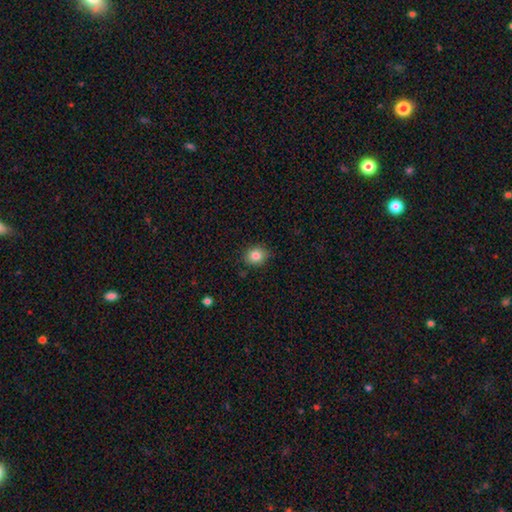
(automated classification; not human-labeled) Morphology: type=smooth (84%); roundness=round (67%); merging=none (86%).